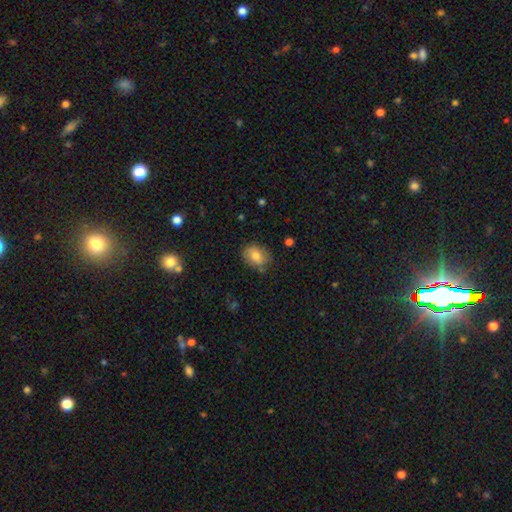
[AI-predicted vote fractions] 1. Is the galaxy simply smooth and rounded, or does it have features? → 77% smooth, 14% featured or disk, 9% star or artifact.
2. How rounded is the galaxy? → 61% in between, 38% round, 1% cigar-shaped.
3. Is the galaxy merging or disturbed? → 77% none, 17% minor disturbance, 4% major disturbance, 2% merger.